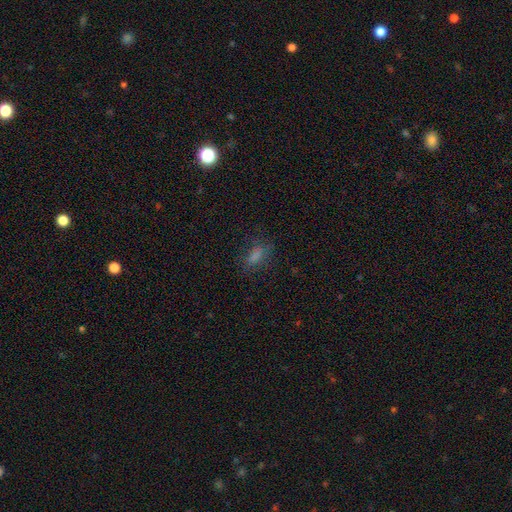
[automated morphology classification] The model was most divided on "smooth or featured": smooth: 63%, star or artifact: 25%, featured or disk: 12%. More confident: merging — none (74%); how rounded — in between (73%).